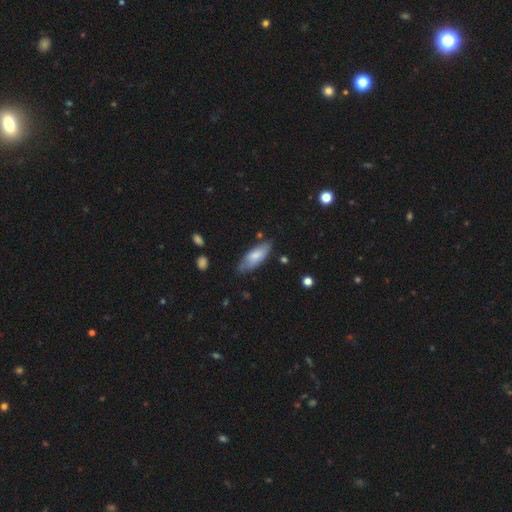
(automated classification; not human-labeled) This is likely a smooth galaxy (70%). How rounded: likely in between (71%). Merging: likely none (70%).